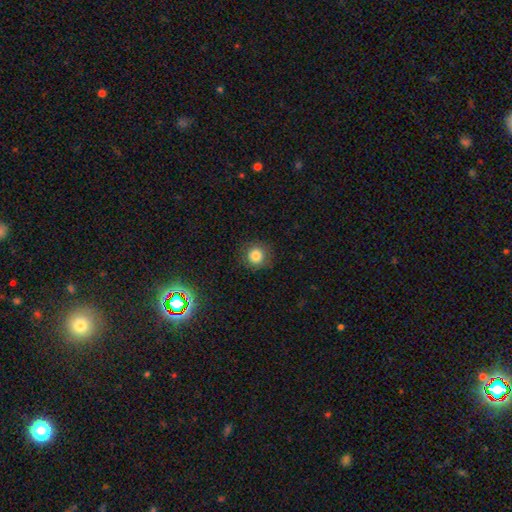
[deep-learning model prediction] Morphology: type=smooth (82%); roundness=round (92%); merging=none (85%).